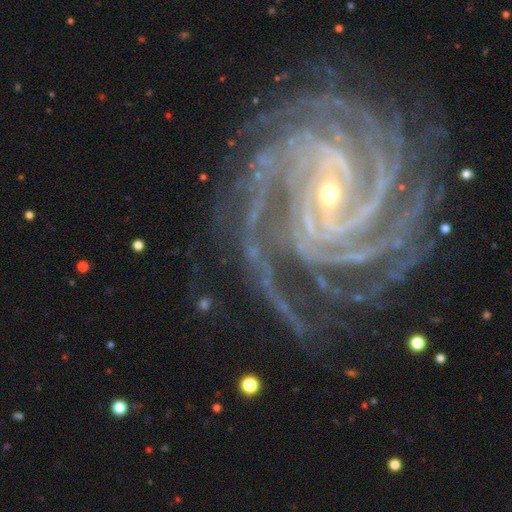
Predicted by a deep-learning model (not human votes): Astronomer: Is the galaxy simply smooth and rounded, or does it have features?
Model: featured or disk — 90%.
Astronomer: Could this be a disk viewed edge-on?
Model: no — 97%.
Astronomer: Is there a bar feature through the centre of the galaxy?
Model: strong — 44% (runner-up: weak, 30%).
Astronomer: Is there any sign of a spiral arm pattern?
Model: yes — 98%.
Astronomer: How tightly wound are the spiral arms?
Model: tight — 69%.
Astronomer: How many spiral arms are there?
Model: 4 — 26% (runner-up: 3, 20%).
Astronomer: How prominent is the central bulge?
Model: small — 71%.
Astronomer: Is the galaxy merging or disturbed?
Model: none — 67%.